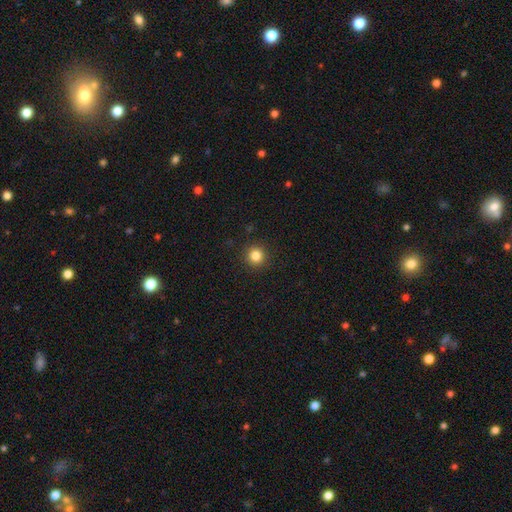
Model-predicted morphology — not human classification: smooth-or-featured: smooth: 83% | star or artifact: 12% | featured or disk: 5%
  how-rounded: round: 95% | in between: 4% | cigar-shaped: 1%
  merging: none: 92% | minor disturbance: 5% | major disturbance: 2% | merger: 1%